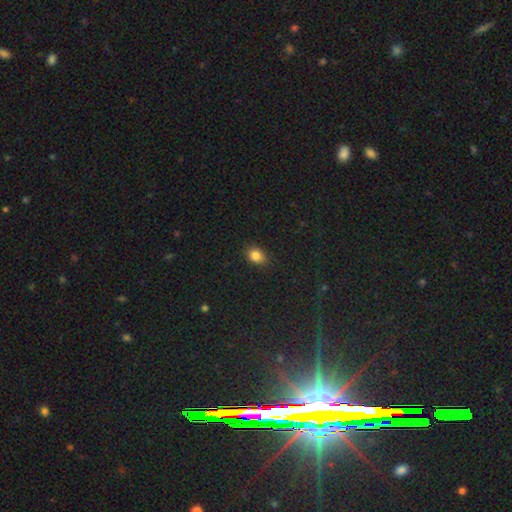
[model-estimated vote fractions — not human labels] A smooth galaxy with no disk features (84%) that is in between round and cigar-shaped (63%).

Vote fractions:
- Smooth or featured? smooth: 84% / star or artifact: 11% / featured or disk: 5%
- How rounded? in between: 63% / round: 36% / cigar-shaped: 1%
- Merging? none: 86% / minor disturbance: 11% / major disturbance: 2% / merger: 1%